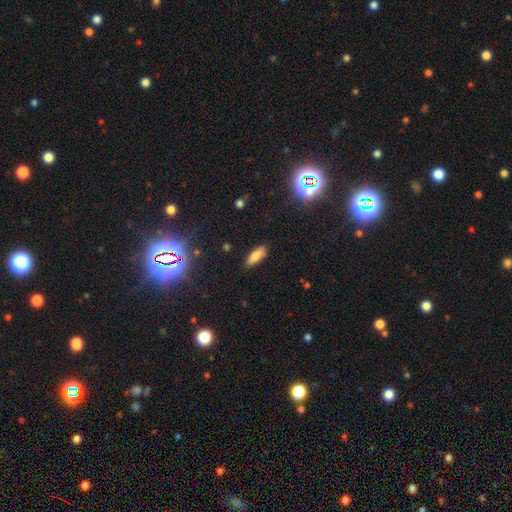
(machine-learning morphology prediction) The model was most divided on "how rounded": in between: 69%, cigar-shaped: 28%, round: 2%. More confident: merging — none (85%); smooth or featured — smooth (77%).